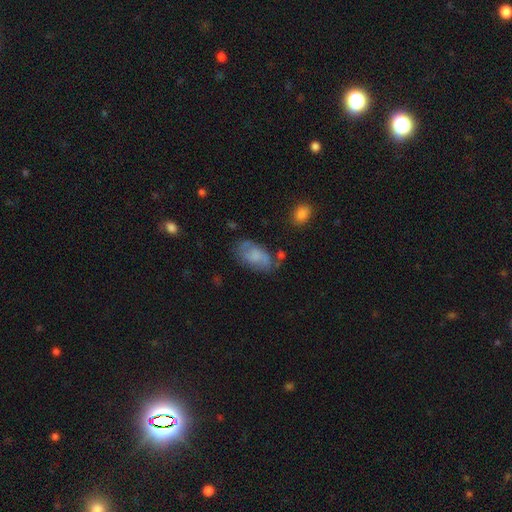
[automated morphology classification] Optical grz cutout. It shows a smooth galaxy with no disk features (56%) that is in between round and cigar-shaped (92%). Merging: none (60%).